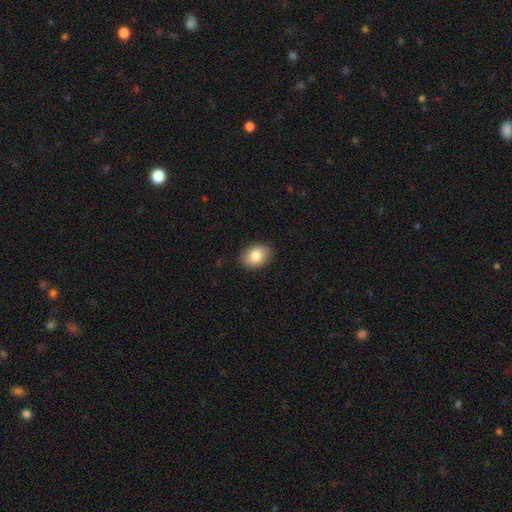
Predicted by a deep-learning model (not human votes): Smooth or featured: smooth — 82% (featured or disk — 10%)
How rounded: in between — 66% (round — 34%)
Merging: none — 87% (minor disturbance — 10%)